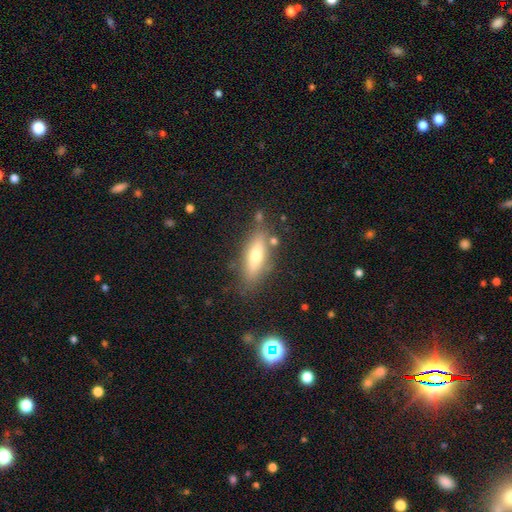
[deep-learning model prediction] This is possibly a smooth galaxy (57%). How rounded: possibly in between (50%). Merging: likely none (78%).